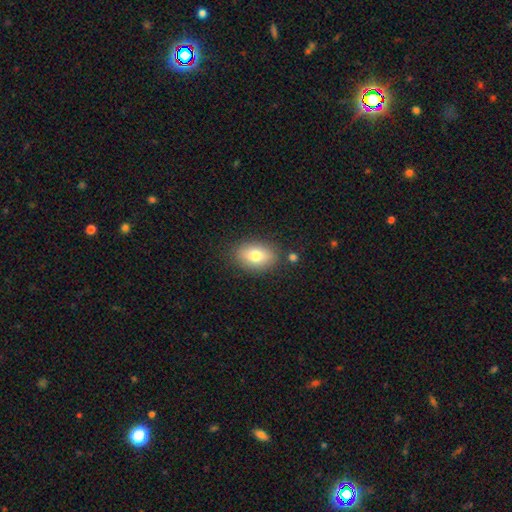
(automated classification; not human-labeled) This is likely a smooth galaxy (77%). How rounded: clearly in between (84%). Merging: clearly none (82%).